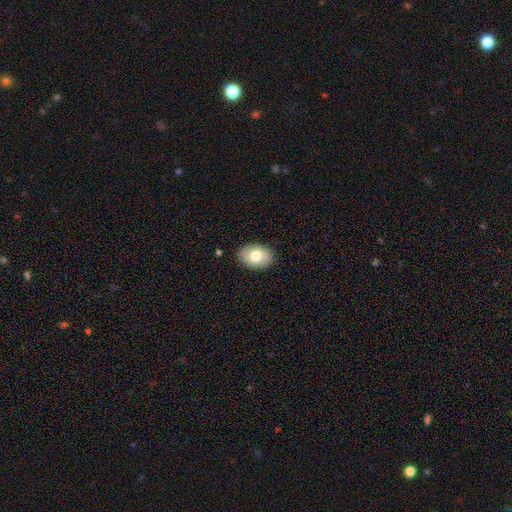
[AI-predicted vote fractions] Smooth or featured? Predicted: smooth (p=0.75). How rounded? Predicted: in between (p=0.83). Merging? Predicted: none (p=0.88).